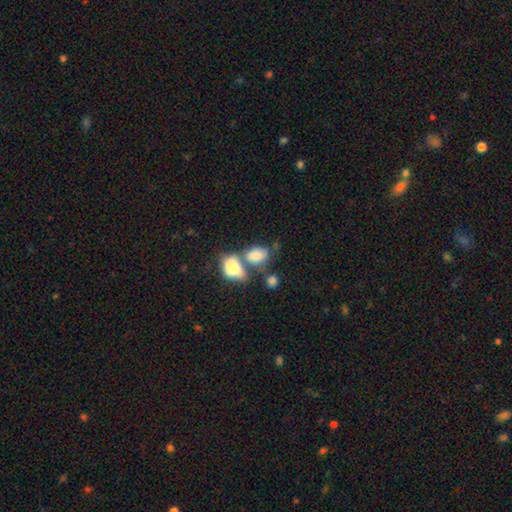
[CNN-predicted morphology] Smooth or featured: smooth — 78% (featured or disk — 14%)
How rounded: in between — 81% (round — 17%)
Merging: merger — 59% (none — 21%)